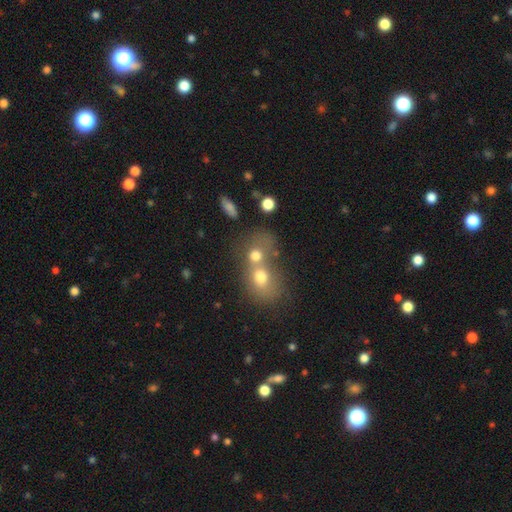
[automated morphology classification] A smooth galaxy with no disk features (67%) that is round (59%).

Vote fractions:
- Smooth or featured? smooth: 67% / featured or disk: 20% / star or artifact: 13%
- How rounded? round: 59% / in between: 39% / cigar-shaped: 2%
- Merging? merger: 70% / none: 19% / minor disturbance: 6% / major disturbance: 5%